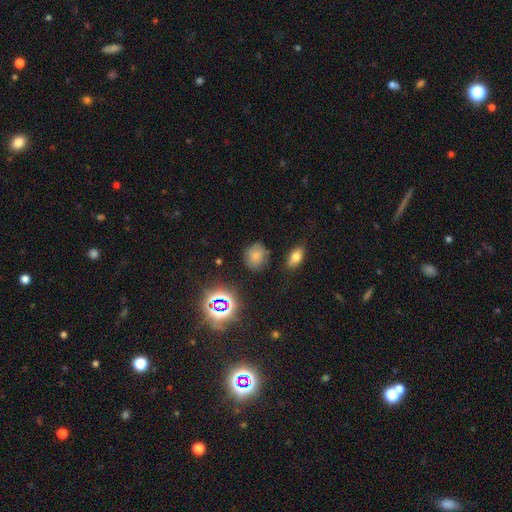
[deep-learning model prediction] Smooth or featured? smooth (69%)
How rounded? round (65%)
Merging? none (76%)